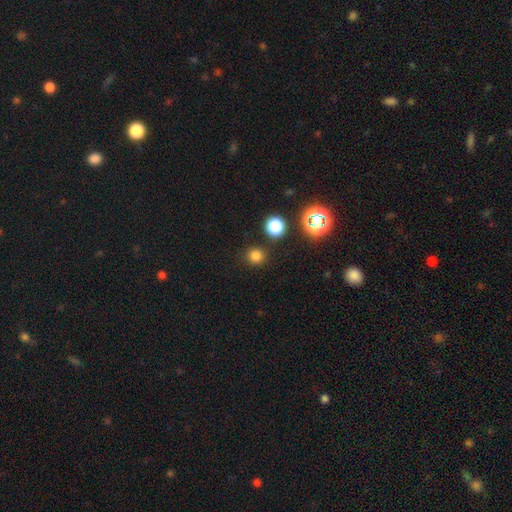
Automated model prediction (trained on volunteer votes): This is likely a smooth galaxy (77%). How rounded: clearly round (92%). Merging: clearly none (88%).